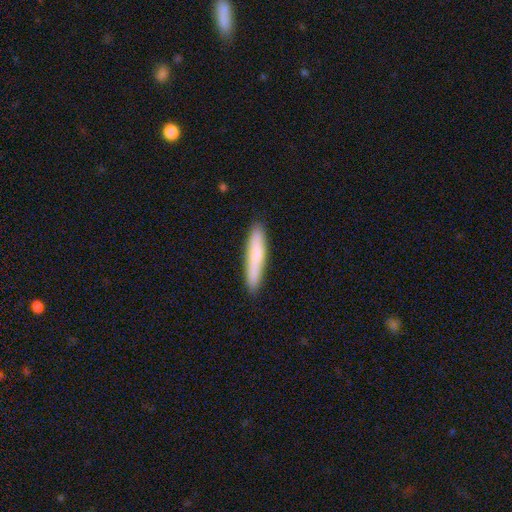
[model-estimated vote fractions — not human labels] A smooth galaxy with no disk features (75%) that is cigar-shaped (90%).

Vote fractions:
- Smooth or featured? smooth: 75% / featured or disk: 19% / star or artifact: 6%
- How rounded? cigar-shaped: 90% / in between: 8% / round: 1%
- Merging? none: 89% / minor disturbance: 8% / major disturbance: 2% / merger: 1%